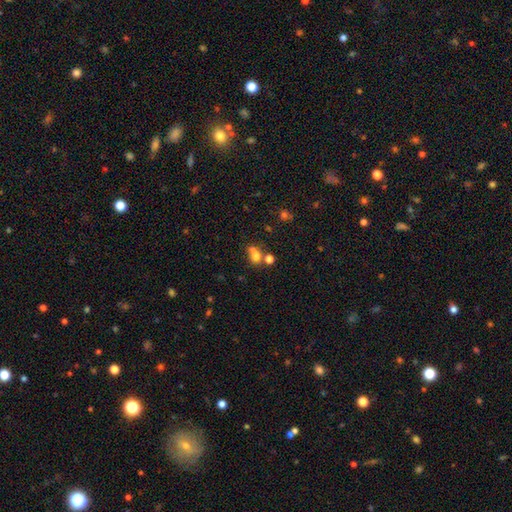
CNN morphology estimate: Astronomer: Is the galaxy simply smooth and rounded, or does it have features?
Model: smooth — 70%.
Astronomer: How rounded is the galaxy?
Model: round — 72%.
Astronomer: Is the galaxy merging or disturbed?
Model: merger — 46% (runner-up: none, 39%).